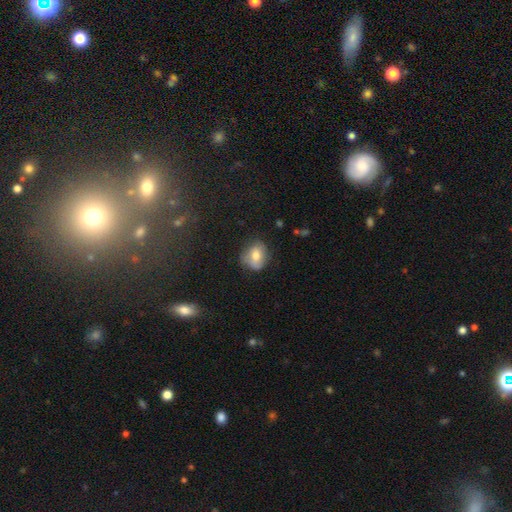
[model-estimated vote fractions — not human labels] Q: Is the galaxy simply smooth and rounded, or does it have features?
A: smooth — 69%.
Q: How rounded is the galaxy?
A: in between — 54%.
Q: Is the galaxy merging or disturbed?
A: none — 65%.